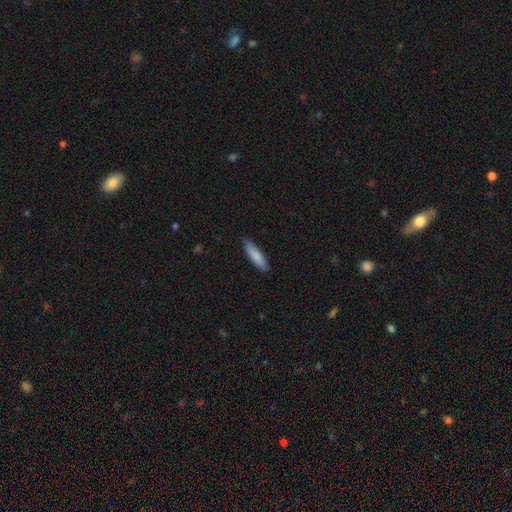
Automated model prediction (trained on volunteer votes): Smooth or featured: smooth — 85% (featured or disk — 9%)
How rounded: cigar-shaped — 71% (in between — 27%)
Merging: none — 88% (minor disturbance — 10%)